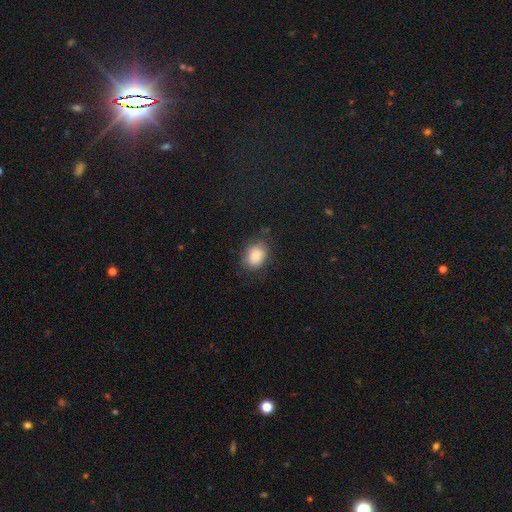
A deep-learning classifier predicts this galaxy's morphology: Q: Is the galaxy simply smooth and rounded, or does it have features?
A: smooth — 80%.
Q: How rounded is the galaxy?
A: in between — 72%.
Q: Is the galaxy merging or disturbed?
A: none — 69%.